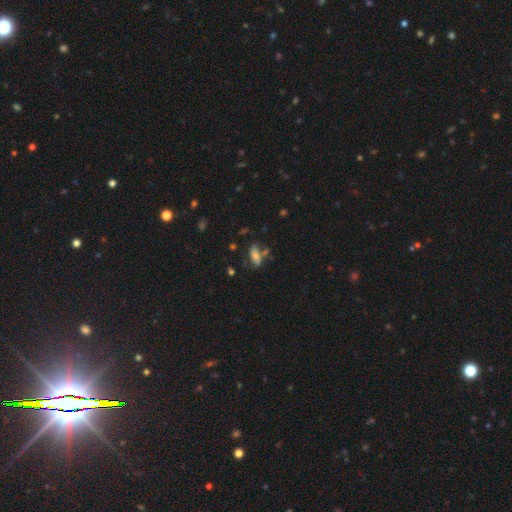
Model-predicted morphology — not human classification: type=smooth (57%); roundness=in between (80%); merging=none (58%).